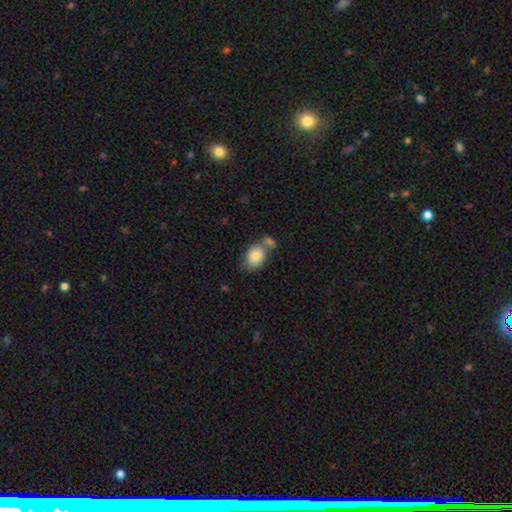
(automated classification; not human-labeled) smooth-or-featured: smooth: 82% | featured or disk: 11% | star or artifact: 7%
  how-rounded: in between: 77% | round: 22% | cigar-shaped: 1%
  merging: none: 44% | merger: 33% | minor disturbance: 17% | major disturbance: 6%